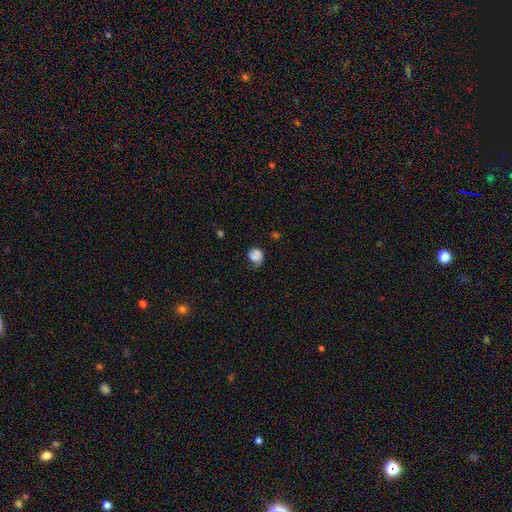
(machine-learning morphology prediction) Q: Smooth or featured?
A: smooth (77%); runner-up: featured or disk (13%)
Q: How rounded?
A: round (70%); runner-up: in between (29%)
Q: Merging?
A: none (48%); runner-up: minor disturbance (34%)